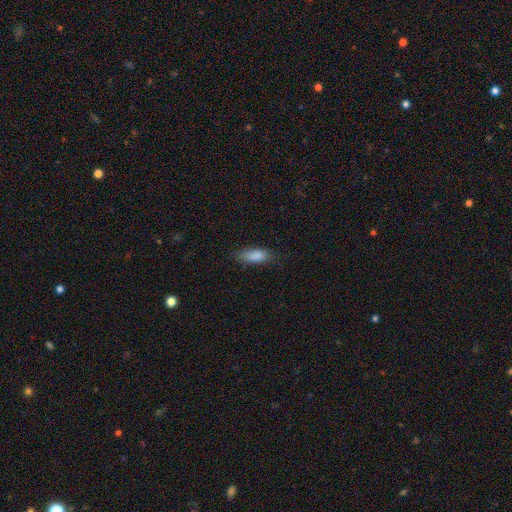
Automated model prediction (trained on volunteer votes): Overall: smooth (86%). How rounded: in between (72%). Merging: none (73%).